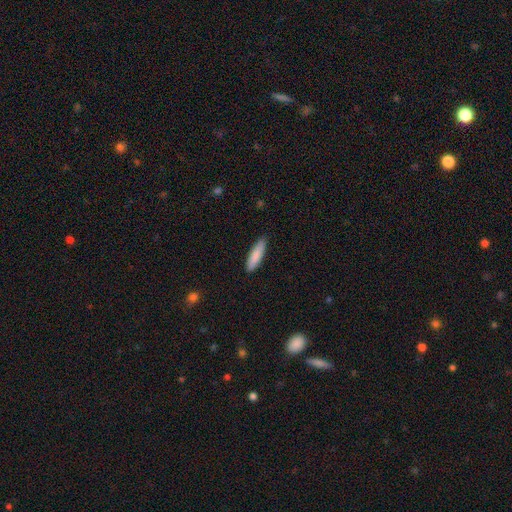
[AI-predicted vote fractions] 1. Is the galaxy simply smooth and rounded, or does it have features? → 86% smooth, 9% featured or disk, 5% star or artifact.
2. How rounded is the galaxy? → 70% cigar-shaped, 29% in between, 1% round.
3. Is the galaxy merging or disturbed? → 87% none, 10% minor disturbance, 2% major disturbance, 1% merger.